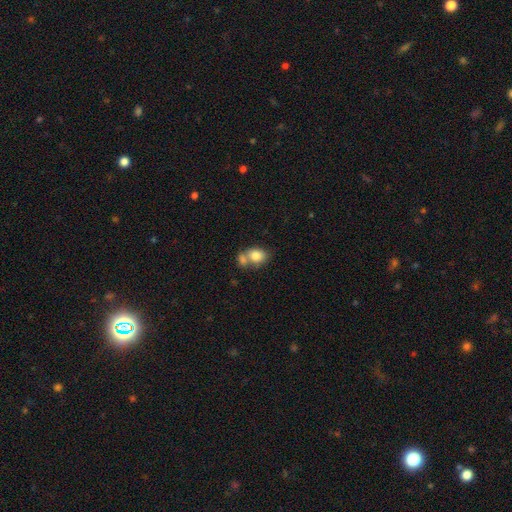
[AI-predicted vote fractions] Overall: smooth (81%). How rounded: in between (54%; round 45%). Merging: merger (49%; none 36%).